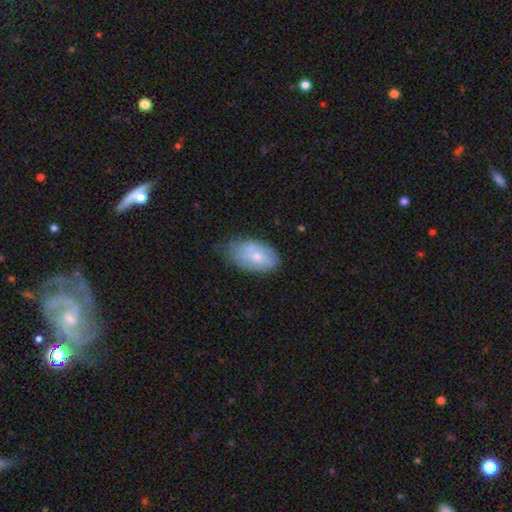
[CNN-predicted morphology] A smooth galaxy with no disk features (63%) that is in between round and cigar-shaped (92%). Merging: none (53%).